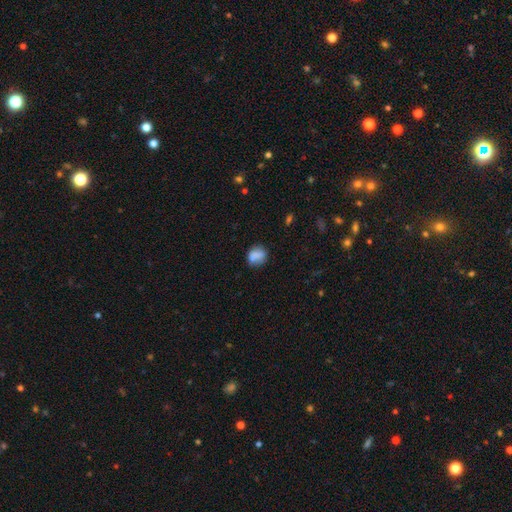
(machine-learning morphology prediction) Q: Smooth or featured?
A: smooth (79%); runner-up: featured or disk (12%)
Q: How rounded?
A: round (61%); runner-up: in between (38%)
Q: Merging?
A: none (62%); runner-up: minor disturbance (22%)